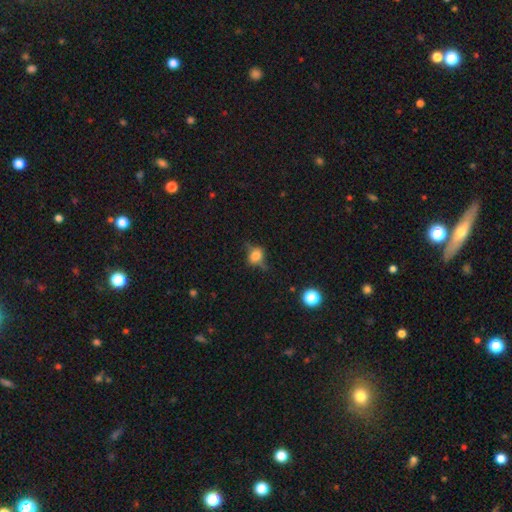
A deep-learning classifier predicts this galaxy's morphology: A smooth galaxy with no disk features (55%) that is round (56%).

Vote fractions:
- Smooth or featured? smooth: 55% / featured or disk: 32% / star or artifact: 14%
- How rounded? round: 56% / in between: 41% / cigar-shaped: 4%
- Merging? none: 62% / minor disturbance: 25% / major disturbance: 10% / merger: 2%